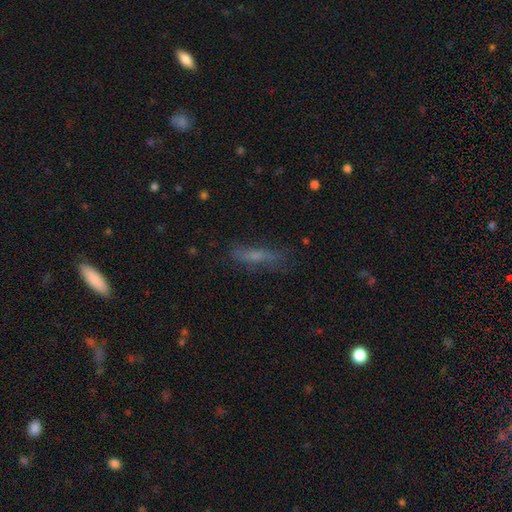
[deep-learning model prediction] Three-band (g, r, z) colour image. It shows a smooth galaxy with no disk features (55%) that is cigar-shaped (76%). Merging: none (70%).